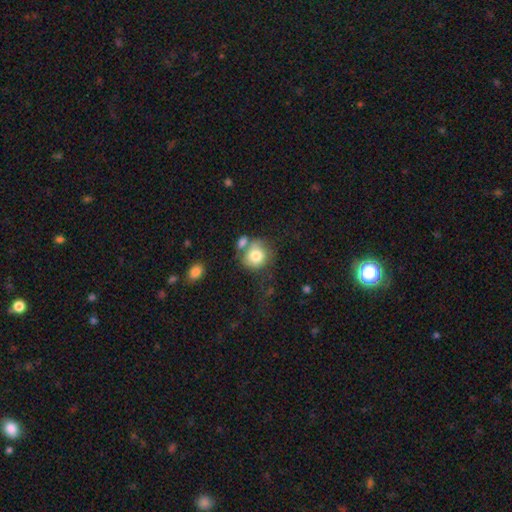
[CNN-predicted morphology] Smooth or featured? Predicted: smooth (p=0.78). How rounded? Predicted: round (p=0.72). Merging? Predicted: none (p=0.45).